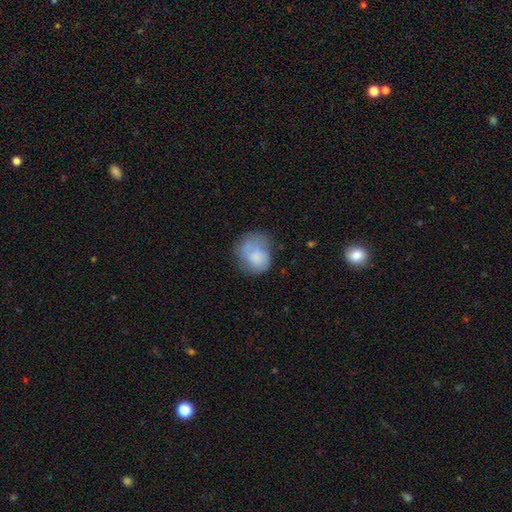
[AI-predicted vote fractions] This appears to be a smooth galaxy with no disk features (62%) that is round (57%). Merging: none (36%).